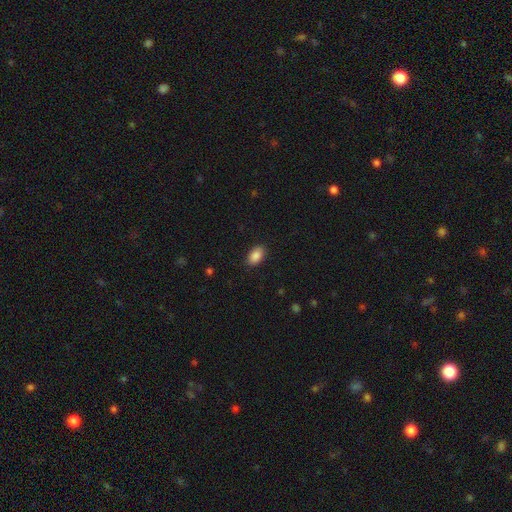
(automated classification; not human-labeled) A smooth galaxy with no disk features (89%) that is in between round and cigar-shaped (92%). Merging: none (89%).